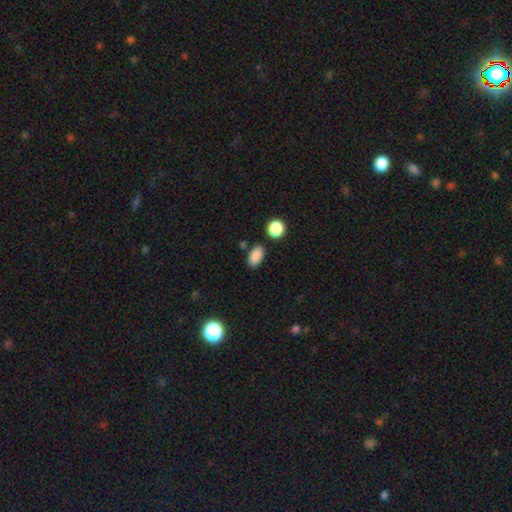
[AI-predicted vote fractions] Q: Smooth or featured?
A: smooth (87%); runner-up: star or artifact (9%)
Q: How rounded?
A: in between (89%); runner-up: round (7%)
Q: Merging?
A: none (81%); runner-up: minor disturbance (11%)